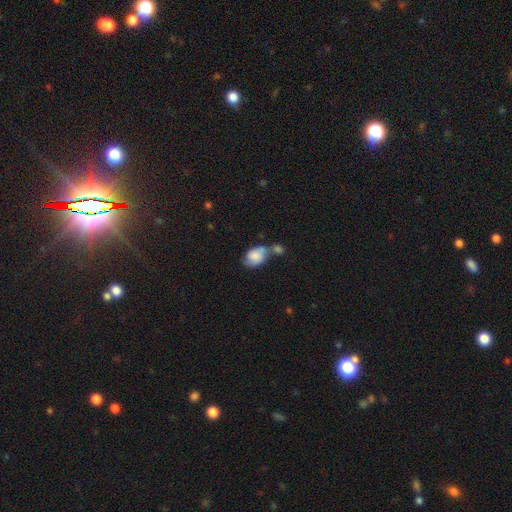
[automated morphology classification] type=smooth (71%); roundness=in between (76%); merging=merger (47%).